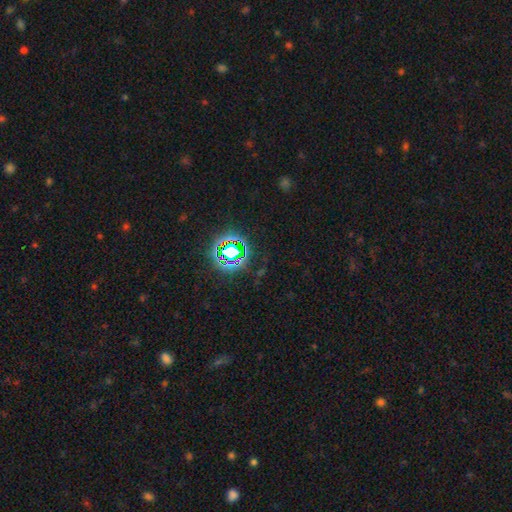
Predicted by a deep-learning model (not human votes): Smooth or featured: star or artifact — 75% (smooth — 16%)